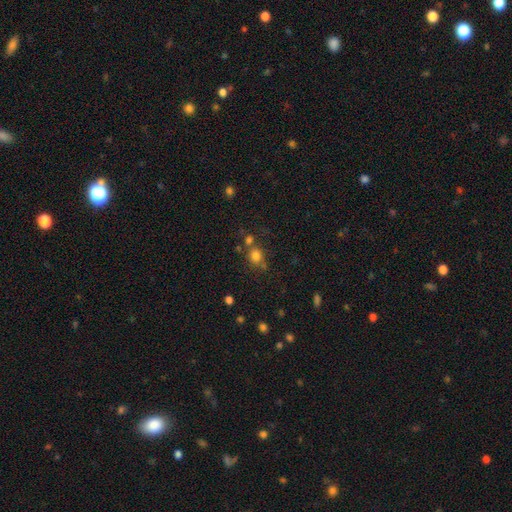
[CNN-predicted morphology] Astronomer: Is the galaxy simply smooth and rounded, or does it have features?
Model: smooth — 77%.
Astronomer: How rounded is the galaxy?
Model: round — 80%.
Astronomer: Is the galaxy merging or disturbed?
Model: none — 59%.